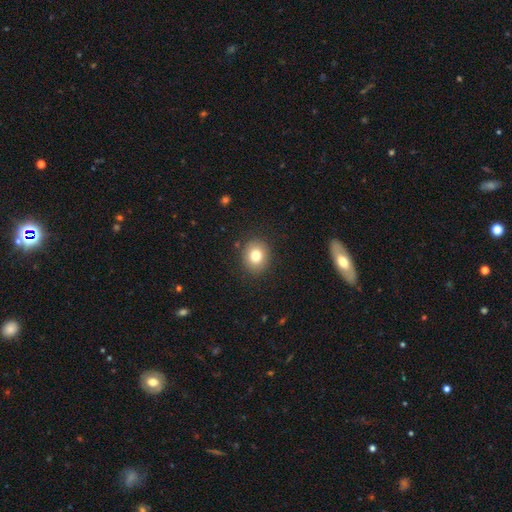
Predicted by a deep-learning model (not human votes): smooth 79%, star or artifact 11%, featured or disk 10%. Down the decision tree: how rounded — round (70%); merging — none (88%).